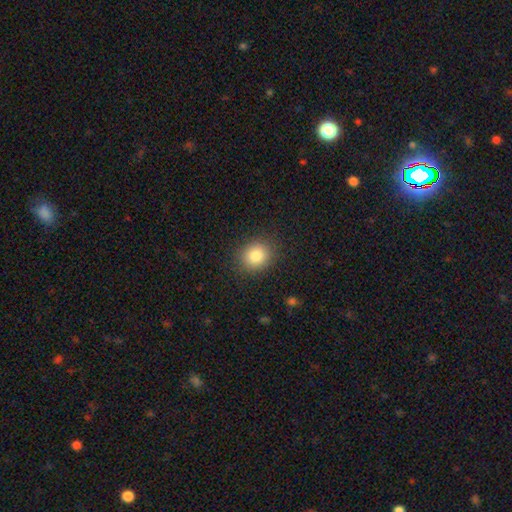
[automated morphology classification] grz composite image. It shows a smooth galaxy with no disk features (83%) that is round (72%). Merging: none (88%).